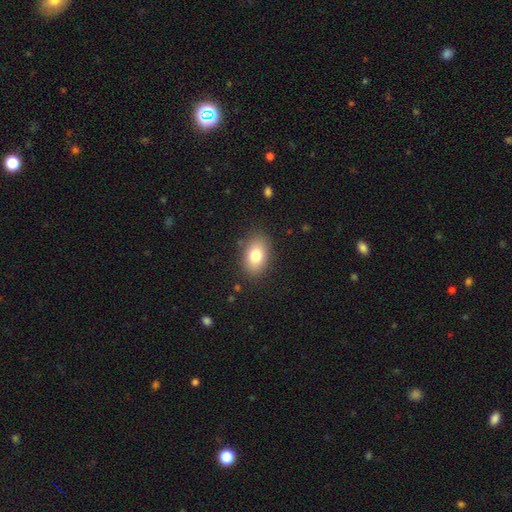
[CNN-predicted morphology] Overall: smooth (79%). How rounded: in between (86%). Merging: none (85%).